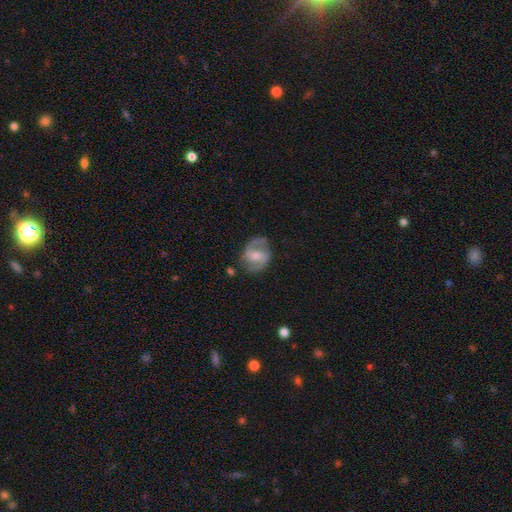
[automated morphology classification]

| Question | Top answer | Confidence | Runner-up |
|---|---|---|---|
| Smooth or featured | featured or disk | 77% | smooth (16%) |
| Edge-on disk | no | 97% | yes (3%) |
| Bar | weak | 49% | no (26%) |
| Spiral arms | yes | 91% | no (9%) |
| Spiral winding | medium | 53% | loose (26%) |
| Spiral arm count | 2 | 87% | can't tell (6%) |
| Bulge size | moderate | 54% | small (36%) |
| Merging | none | 74% | minor disturbance (17%) |